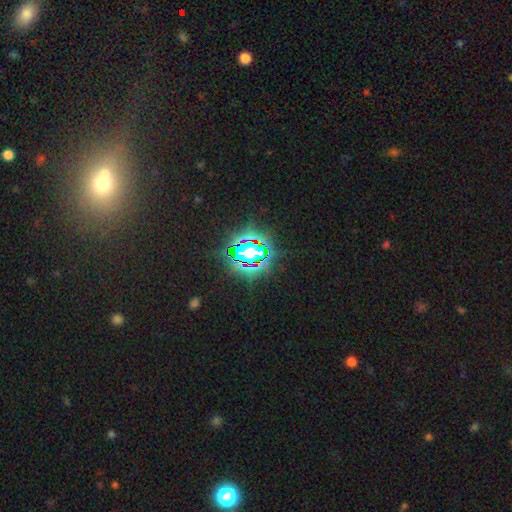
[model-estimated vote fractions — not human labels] A star or artifact, not a galaxy (81%).